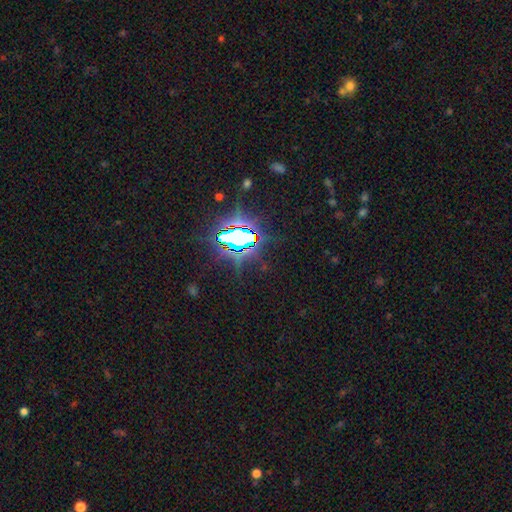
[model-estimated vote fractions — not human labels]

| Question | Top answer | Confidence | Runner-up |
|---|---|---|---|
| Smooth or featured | star or artifact | 85% | smooth (9%) |